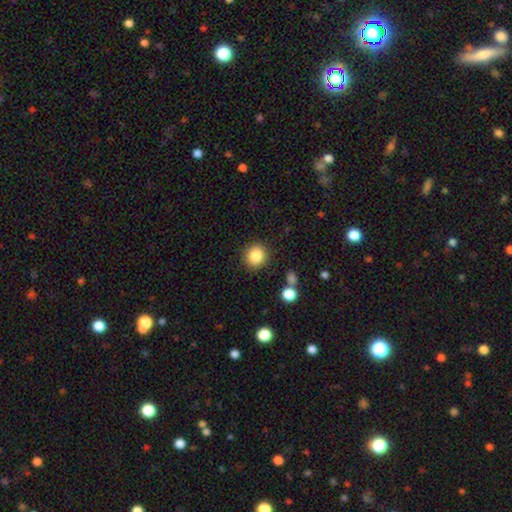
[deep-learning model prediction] This is clearly a smooth galaxy (85%). How rounded: clearly round (88%). Merging: clearly none (88%).